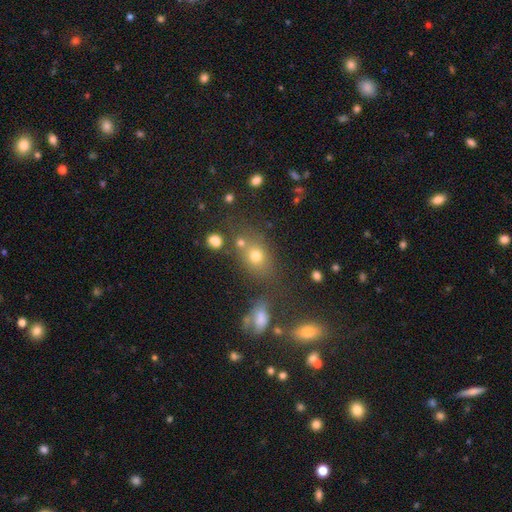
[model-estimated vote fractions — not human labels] Overall: smooth (69%). How rounded: in between (51%; round 47%). Merging: none (61%).